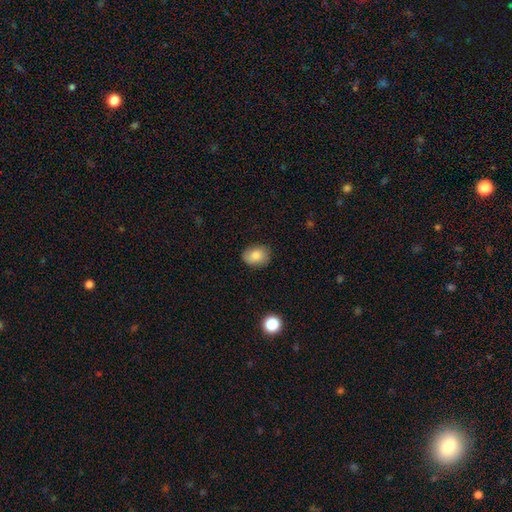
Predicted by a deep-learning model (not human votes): smooth_or_featured: smooth (p=0.83) [alt: featured or disk p=0.09]
how_rounded: in between (p=0.62) [alt: round p=0.37]
merging: none (p=0.81) [alt: minor disturbance p=0.15]